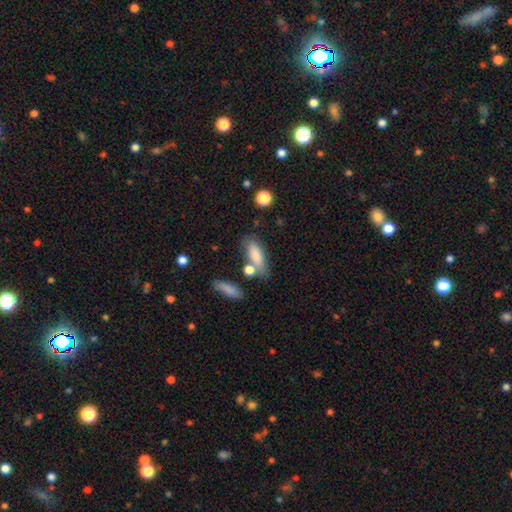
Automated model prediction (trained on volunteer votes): smooth 82%, featured or disk 10%, star or artifact 8%. Down the decision tree: how rounded — in between (69%); merging — none (59%).